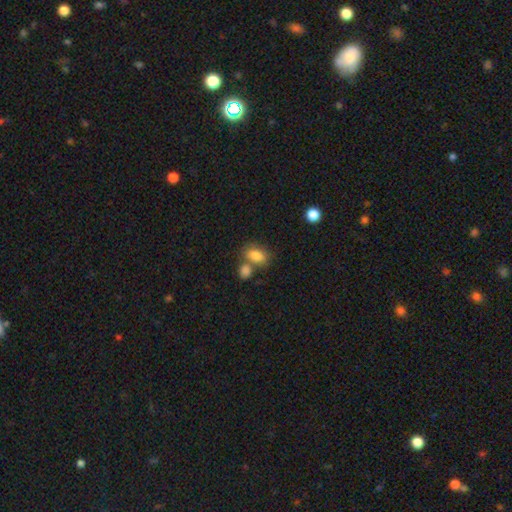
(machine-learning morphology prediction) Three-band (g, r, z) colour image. It shows a smooth galaxy with no disk features (83%) that is in between round and cigar-shaped (85%). Merging: none (45%).